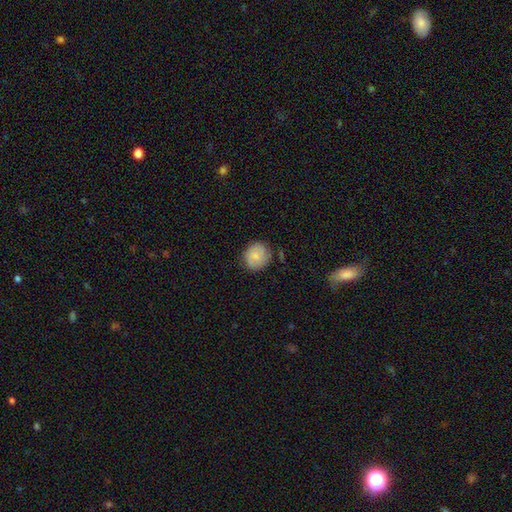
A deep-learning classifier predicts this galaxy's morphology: Smooth or featured: smooth — 76% (featured or disk — 17%)
How rounded: round — 82% (in between — 17%)
Merging: none — 79% (minor disturbance — 16%)